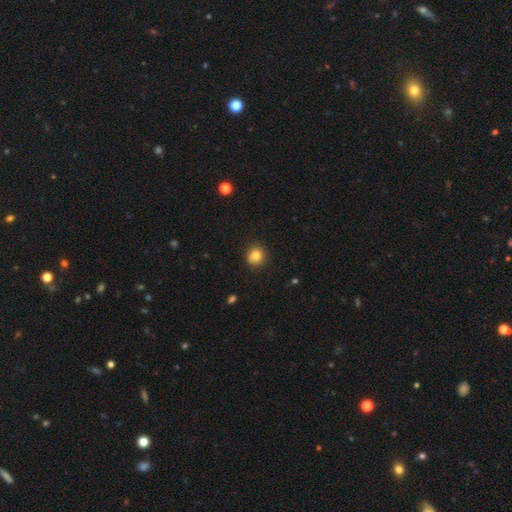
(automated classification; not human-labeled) A smooth galaxy with no disk features (82%) that is round (85%). Merging: none (88%).